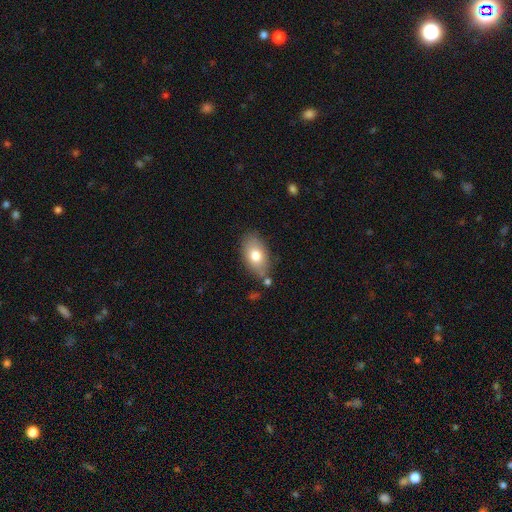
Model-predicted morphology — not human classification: type=smooth (75%); roundness=in between (90%); merging=none (74%).